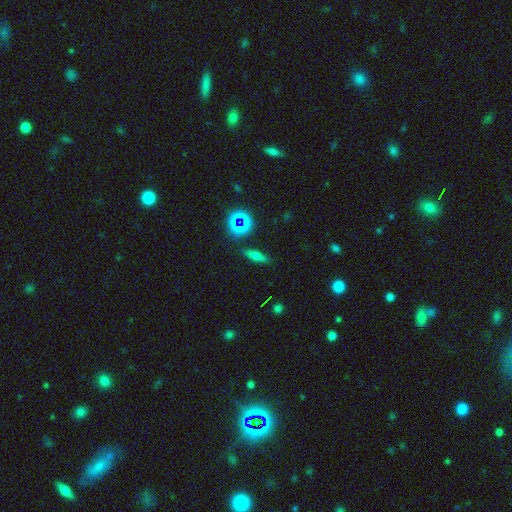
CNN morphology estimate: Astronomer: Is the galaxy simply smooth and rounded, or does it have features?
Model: smooth — 62%.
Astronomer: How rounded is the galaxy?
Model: cigar-shaped — 62%.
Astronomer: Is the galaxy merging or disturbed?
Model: none — 86%.